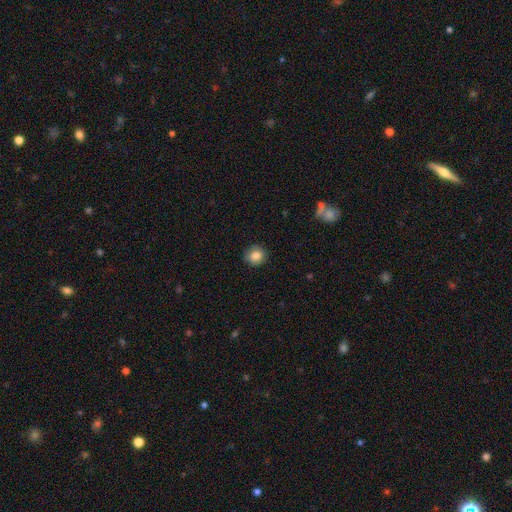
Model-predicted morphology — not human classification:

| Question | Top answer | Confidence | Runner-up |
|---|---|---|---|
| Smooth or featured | smooth | 84% | star or artifact (9%) |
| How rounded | round | 82% | in between (17%) |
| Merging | none | 84% | minor disturbance (13%) |